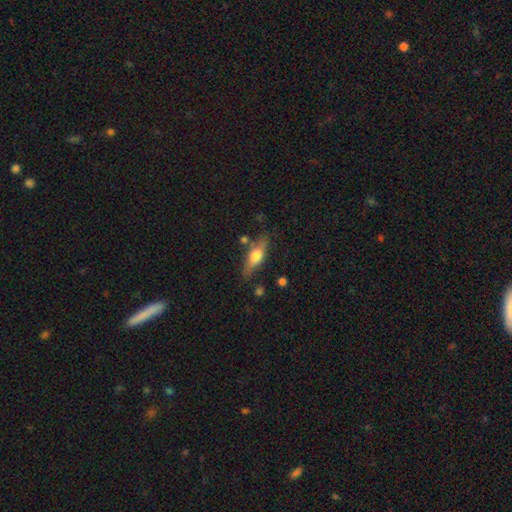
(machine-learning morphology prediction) A smooth galaxy with no disk features (55%) that is in between round and cigar-shaped (53%).

Vote fractions:
- Smooth or featured? smooth: 55% / featured or disk: 39% / star or artifact: 6%
- How rounded? in between: 53% / cigar-shaped: 44% / round: 3%
- Merging? none: 77% / minor disturbance: 15% / merger: 5% / major disturbance: 4%